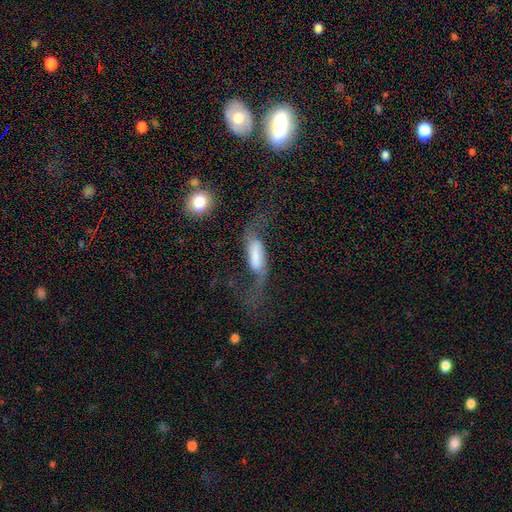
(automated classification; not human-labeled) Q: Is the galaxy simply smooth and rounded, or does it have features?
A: featured or disk — 56%.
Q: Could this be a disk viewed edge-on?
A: no — 84%.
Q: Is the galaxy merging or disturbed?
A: none — 40%.